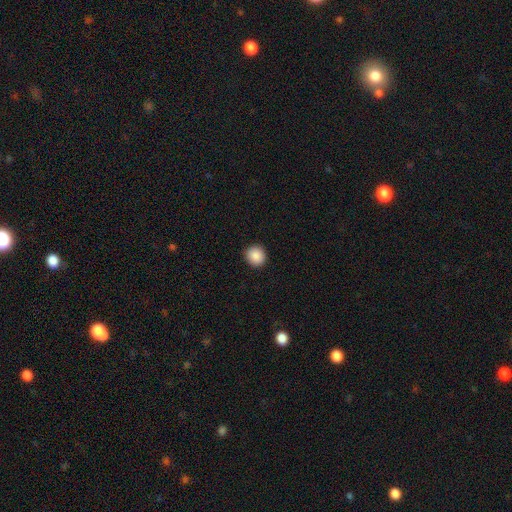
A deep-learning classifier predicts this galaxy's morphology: Q: Smooth or featured?
A: smooth (88%); runner-up: star or artifact (9%)
Q: How rounded?
A: round (89%); runner-up: in between (10%)
Q: Merging?
A: none (92%); runner-up: minor disturbance (5%)